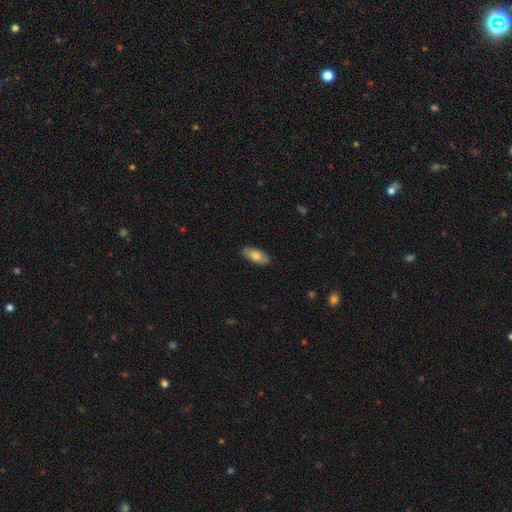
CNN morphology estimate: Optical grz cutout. It shows a smooth galaxy with no disk features (76%) that is in between round and cigar-shaped (87%). Merging: none (87%).